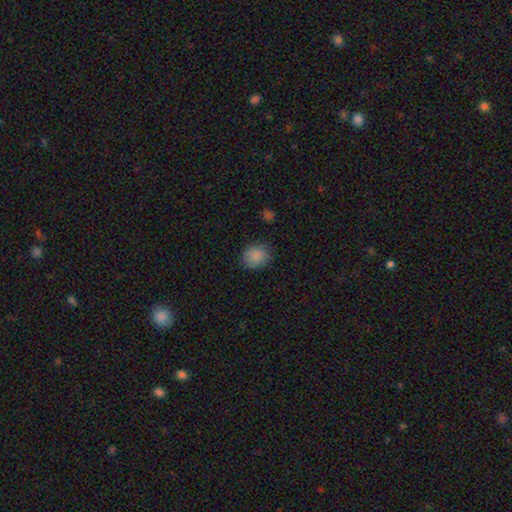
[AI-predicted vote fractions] Smooth or featured? smooth (87%)
How rounded? round (65%)
Merging? none (84%)